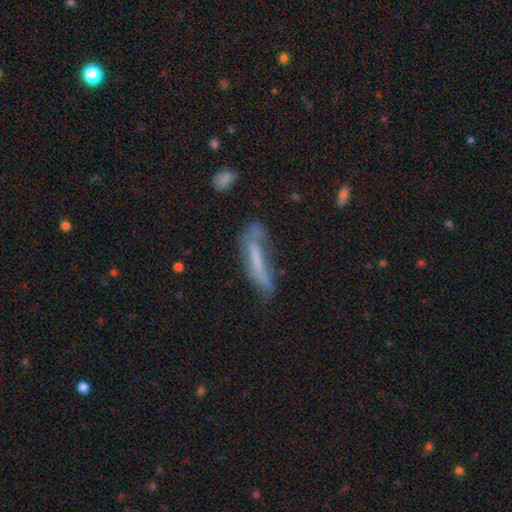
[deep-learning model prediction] Smooth or featured? Predicted: smooth (p=0.48). Merging? Predicted: none (p=0.44).